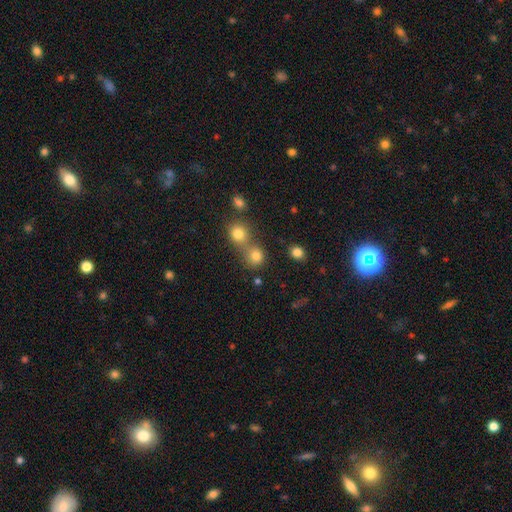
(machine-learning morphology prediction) Overall: smooth (79%). How rounded: round (86%). Merging: none (49%; merger 40%).